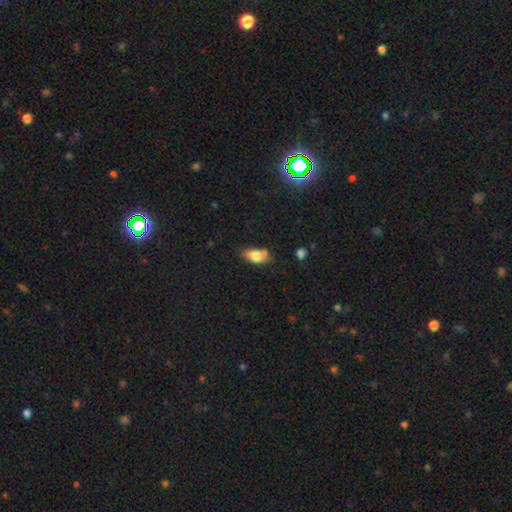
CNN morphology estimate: Smooth or featured: smooth — 80% (featured or disk — 12%)
How rounded: in between — 88% (round — 6%)
Merging: none — 61% (minor disturbance — 21%)